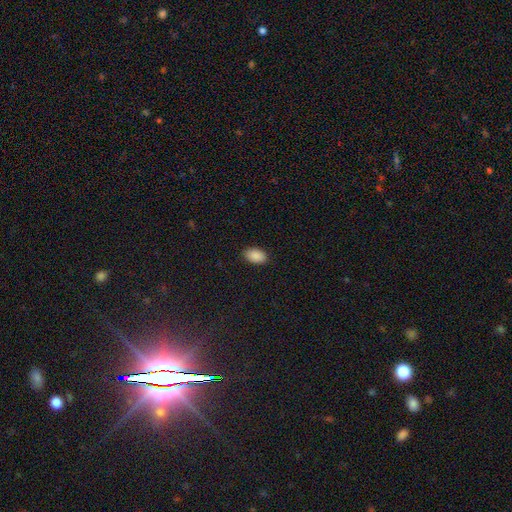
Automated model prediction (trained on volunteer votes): Q: Smooth or featured?
A: smooth (90%); runner-up: star or artifact (7%)
Q: How rounded?
A: in between (94%); runner-up: round (5%)
Q: Merging?
A: none (89%); runner-up: minor disturbance (8%)